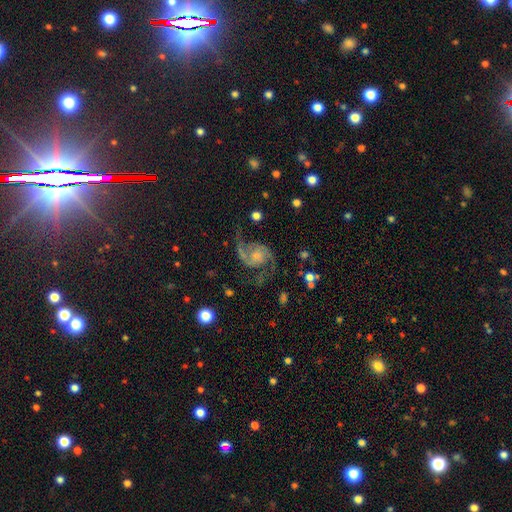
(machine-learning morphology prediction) This appears to be a featured or disk galaxy (90%) with no bar (66%), 2 (94%) medium (48%) spiral arms (98%) and a small central bulge (48%). Merging: none (72%).